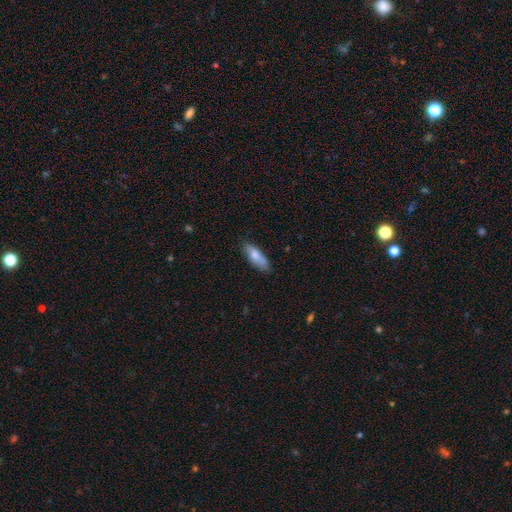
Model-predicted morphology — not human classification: Smooth or featured: smooth — 76% (featured or disk — 18%)
How rounded: in between — 62% (cigar-shaped — 36%)
Merging: none — 71% (minor disturbance — 22%)